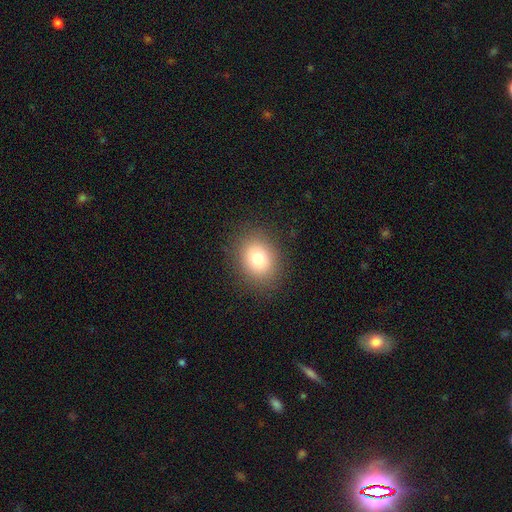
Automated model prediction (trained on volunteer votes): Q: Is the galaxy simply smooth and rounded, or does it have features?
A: smooth — 78%.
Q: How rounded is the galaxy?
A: round — 57%.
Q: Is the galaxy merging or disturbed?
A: none — 90%.